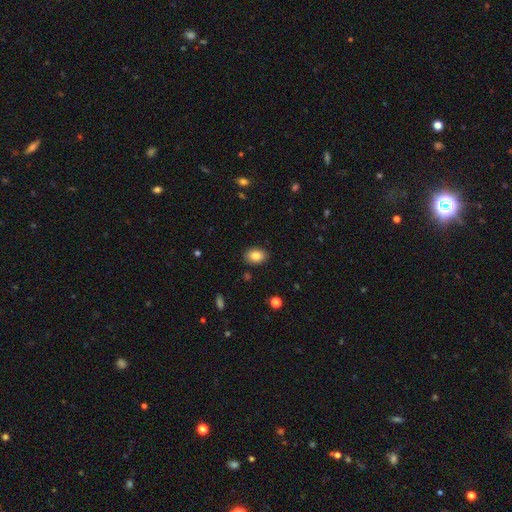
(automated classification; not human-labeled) This appears to be a smooth galaxy with no disk features (85%) that is in between round and cigar-shaped (78%). Merging: none (87%).